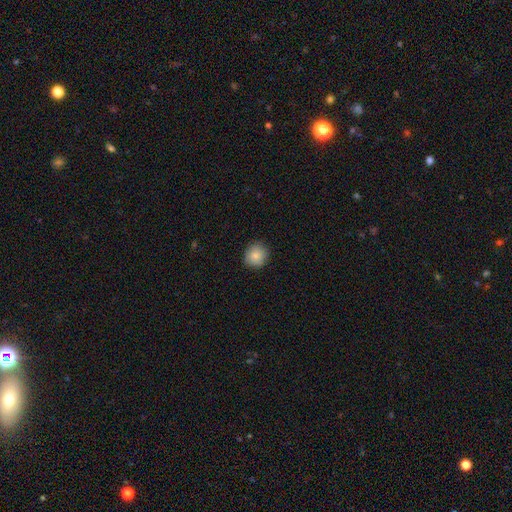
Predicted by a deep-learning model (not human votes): Morphology: type=smooth (84%); roundness=round (89%); merging=none (87%).